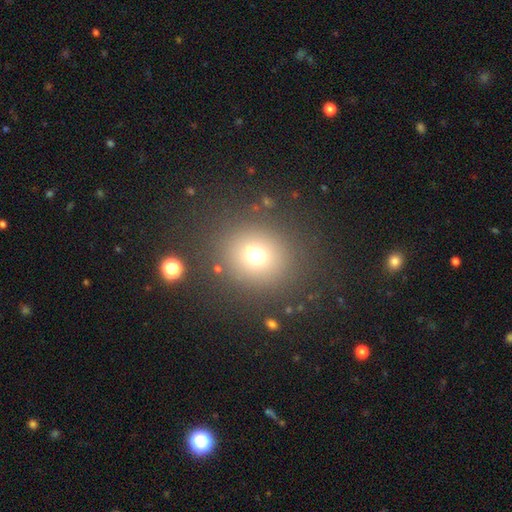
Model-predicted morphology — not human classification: The model was most divided on "smooth or featured": smooth: 71%, star or artifact: 20%, featured or disk: 10%. More confident: merging — none (85%); how rounded — round (84%).